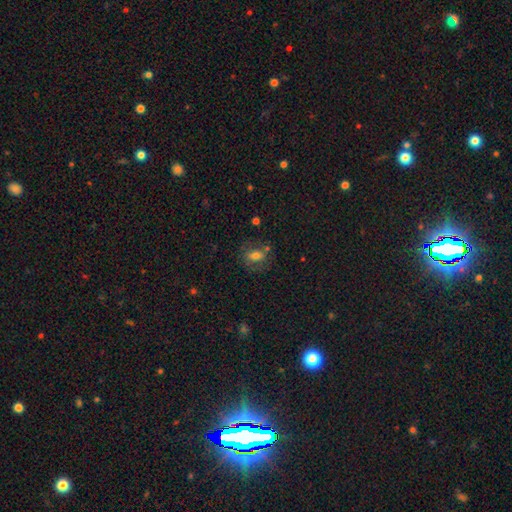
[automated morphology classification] smooth-or-featured: smooth: 62% | featured or disk: 25% | star or artifact: 13%
  how-rounded: in between: 62% | round: 36% | cigar-shaped: 3%
  merging: none: 68% | minor disturbance: 17% | major disturbance: 8% | merger: 7%